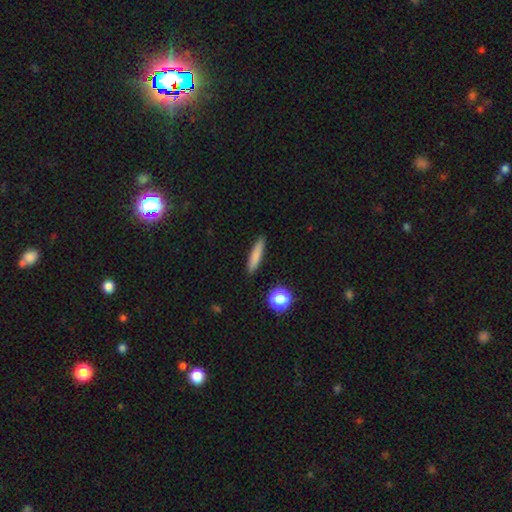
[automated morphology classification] Smooth or featured? Predicted: smooth (p=0.79). How rounded? Predicted: cigar-shaped (p=0.87). Merging? Predicted: none (p=0.89).